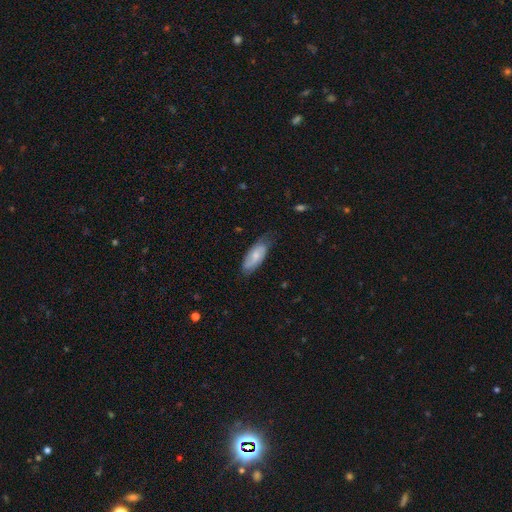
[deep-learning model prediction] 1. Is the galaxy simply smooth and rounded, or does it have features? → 59% smooth, 35% featured or disk, 6% star or artifact.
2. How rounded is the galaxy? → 81% in between, 16% cigar-shaped, 2% round.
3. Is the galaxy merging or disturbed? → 63% none, 30% minor disturbance, 6% major disturbance, 1% merger.